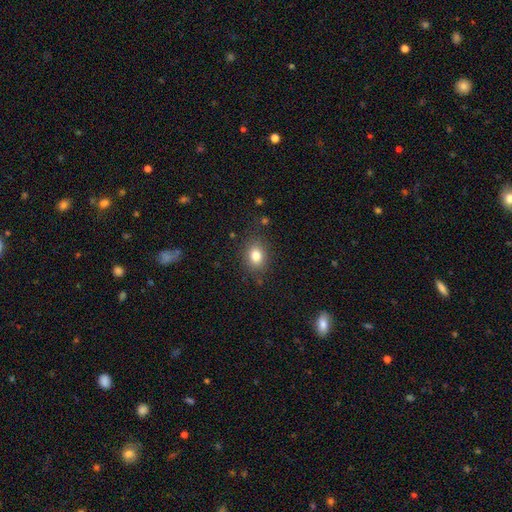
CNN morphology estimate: Smooth or featured?
  - smooth: 81% *
  - star or artifact: 11%
  - featured or disk: 8%
How rounded?
  - in between: 54% *
  - round: 45%
  - cigar-shaped: 1%
Merging?
  - none: 83% *
  - minor disturbance: 12%
  - major disturbance: 3%
  - merger: 2%